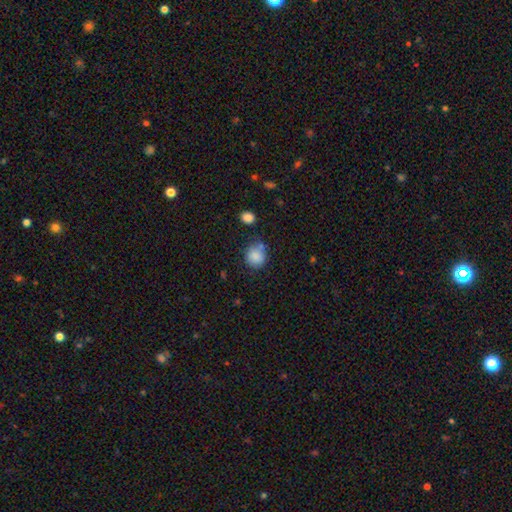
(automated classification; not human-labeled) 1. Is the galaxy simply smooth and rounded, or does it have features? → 85% smooth, 9% star or artifact, 6% featured or disk.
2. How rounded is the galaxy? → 80% round, 20% in between, 1% cigar-shaped.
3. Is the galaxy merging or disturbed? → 63% none, 20% minor disturbance, 11% merger, 6% major disturbance.